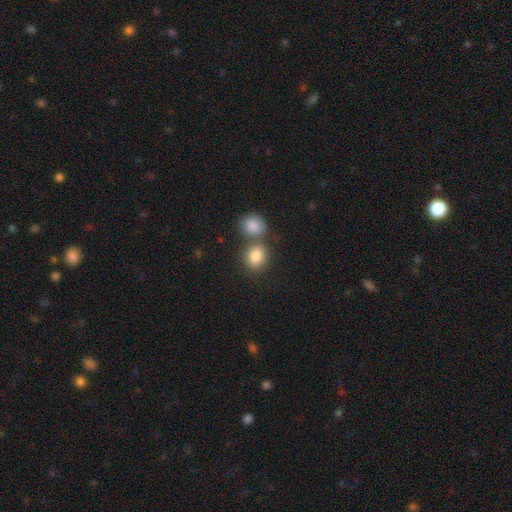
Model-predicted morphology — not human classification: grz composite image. It shows a smooth galaxy with no disk features (85%) that is round (62%). Merging: none (51%).